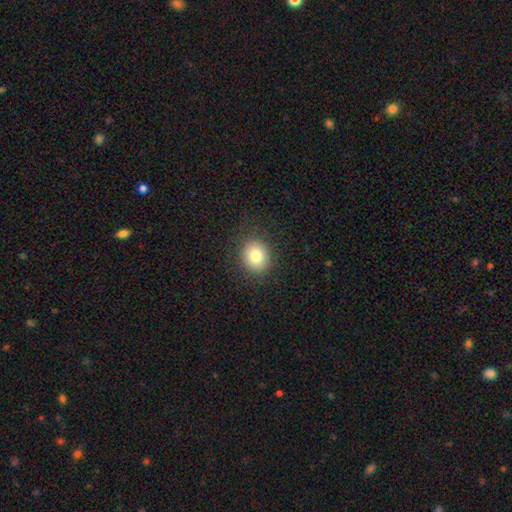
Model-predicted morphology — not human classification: Overall: smooth (81%). How rounded: round (79%). Merging: none (89%).